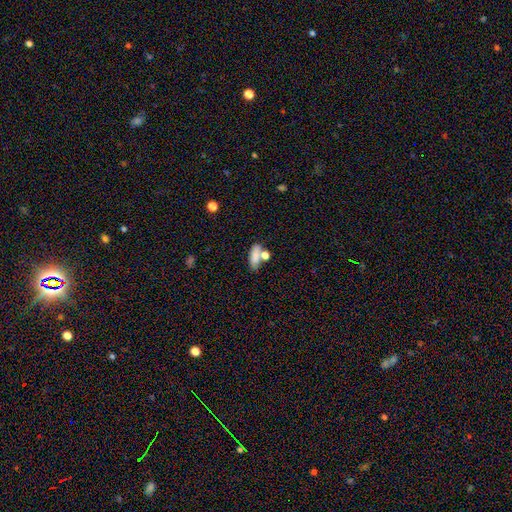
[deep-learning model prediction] smooth_or_featured: smooth (p=0.77) [alt: featured or disk p=0.13]
how_rounded: in between (p=0.70) [alt: cigar-shaped p=0.23]
merging: none (p=0.50) [alt: merger p=0.27]